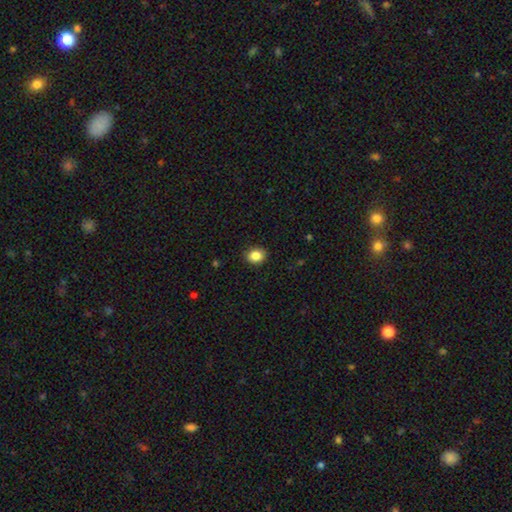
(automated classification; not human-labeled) Smooth or featured: smooth — 86% (star or artifact — 10%)
How rounded: round — 57% (in between — 43%)
Merging: none — 90% (minor disturbance — 7%)